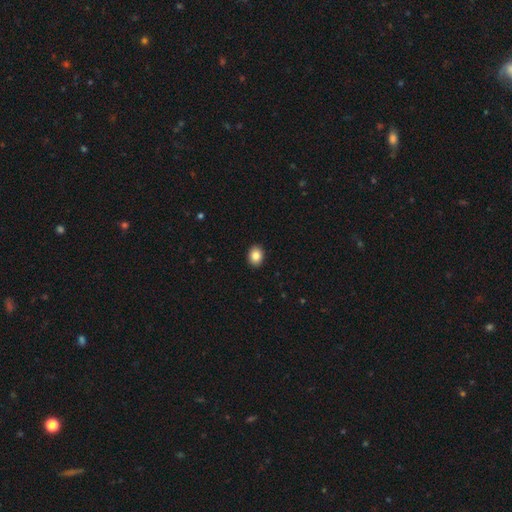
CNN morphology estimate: Smooth or featured? smooth (86%)
How rounded? in between (52%)
Merging? none (92%)